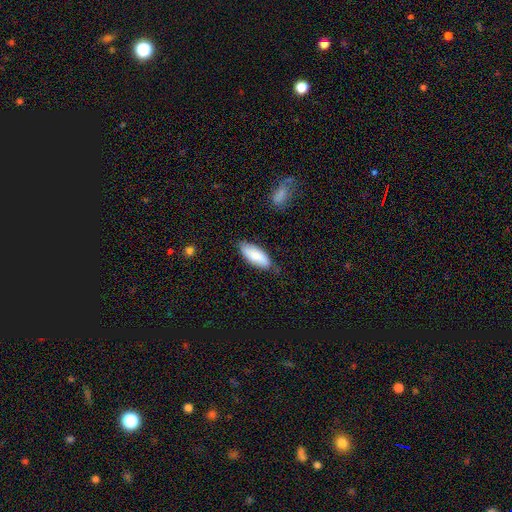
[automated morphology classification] Smooth or featured? smooth (83%)
How rounded? in between (80%)
Merging? none (76%)